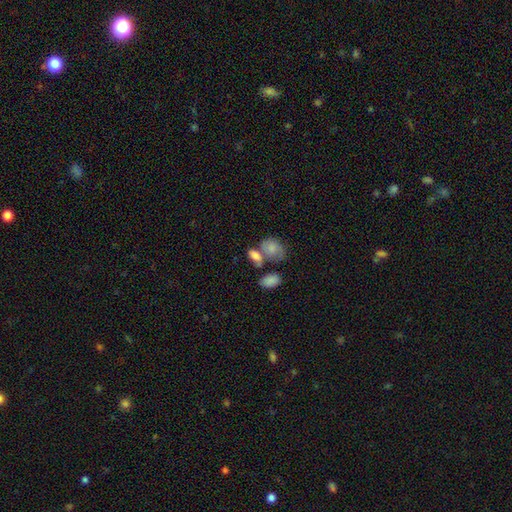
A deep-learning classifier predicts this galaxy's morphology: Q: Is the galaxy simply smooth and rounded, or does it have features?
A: smooth — 79%.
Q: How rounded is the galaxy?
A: in between — 84%.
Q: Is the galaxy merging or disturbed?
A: merger — 40%.